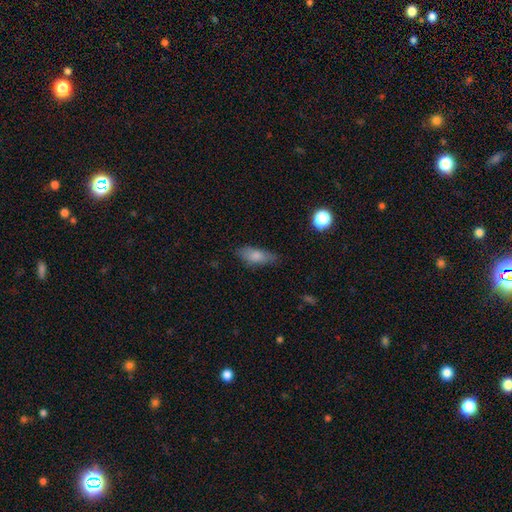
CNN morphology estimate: Q: Smooth or featured?
A: smooth (78%); runner-up: featured or disk (14%)
Q: How rounded?
A: in between (74%); runner-up: cigar-shaped (23%)
Q: Merging?
A: none (72%); runner-up: minor disturbance (22%)